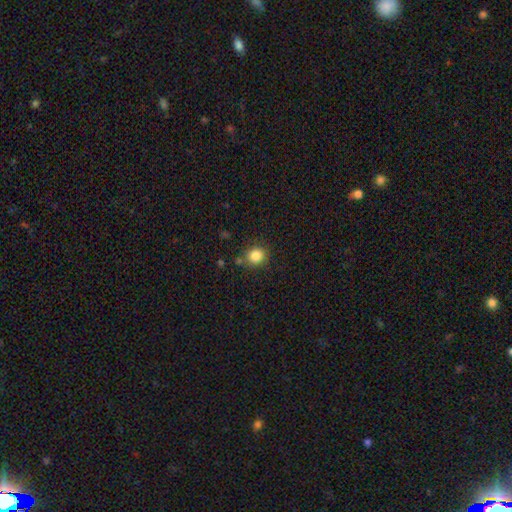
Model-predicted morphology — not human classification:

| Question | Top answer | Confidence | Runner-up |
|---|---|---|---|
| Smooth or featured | smooth | 84% | star or artifact (11%) |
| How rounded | round | 86% | in between (14%) |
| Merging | none | 81% | minor disturbance (11%) |